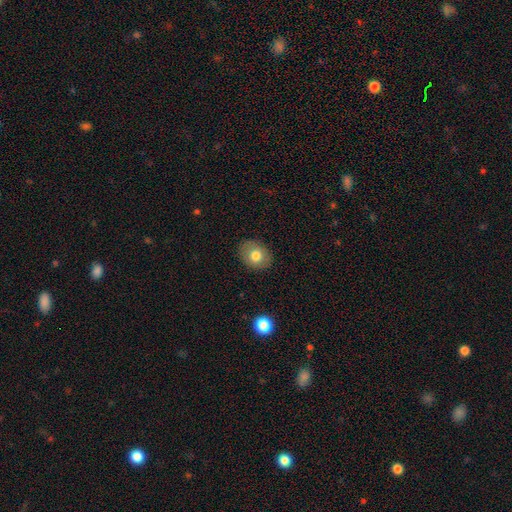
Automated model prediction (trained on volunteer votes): Smooth or featured? smooth (77%)
How rounded? round (50%)
Merging? none (87%)